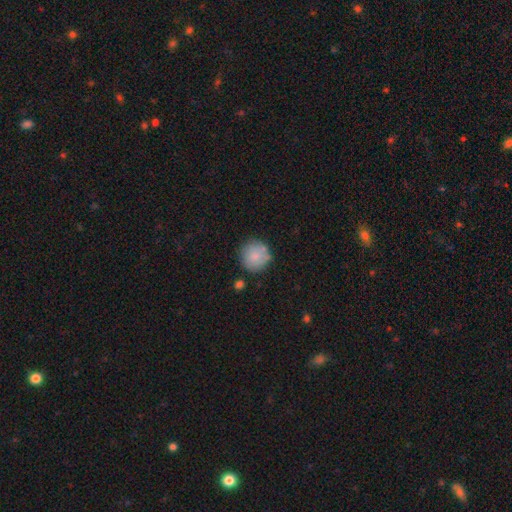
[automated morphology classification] A smooth galaxy with no disk features (83%) that is round (94%).

Vote fractions:
- Smooth or featured? smooth: 83% / featured or disk: 10% / star or artifact: 7%
- How rounded? round: 94% / in between: 5% / cigar-shaped: 1%
- Merging? none: 76% / minor disturbance: 14% / merger: 6% / major disturbance: 4%